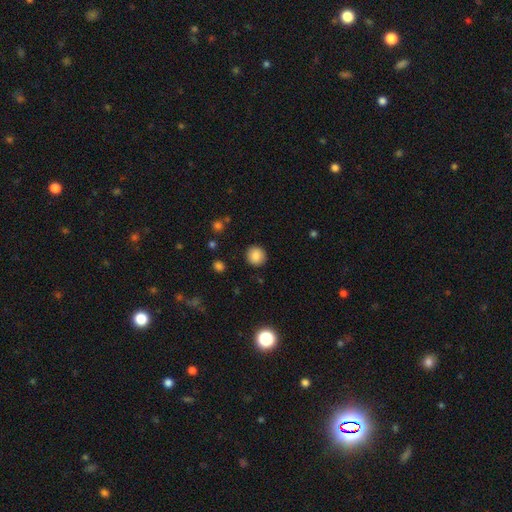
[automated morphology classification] Smooth or featured: smooth — 85% (star or artifact — 10%)
How rounded: round — 92% (in between — 7%)
Merging: none — 91% (minor disturbance — 6%)